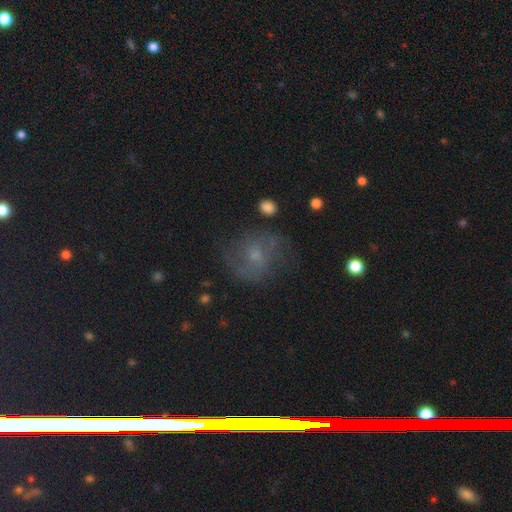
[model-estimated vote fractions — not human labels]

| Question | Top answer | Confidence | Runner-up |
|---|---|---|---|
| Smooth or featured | featured or disk | 53% | smooth (30%) |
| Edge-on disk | no | 97% | yes (3%) |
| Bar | no | 64% | weak (30%) |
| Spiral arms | yes | 80% | no (20%) |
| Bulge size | small | 59% | moderate (30%) |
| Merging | none | 66% | minor disturbance (19%) |